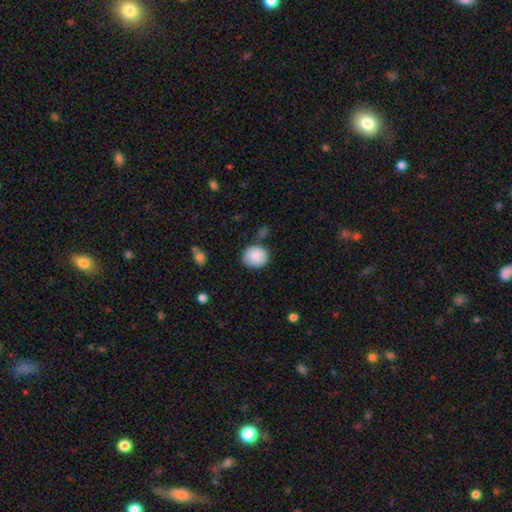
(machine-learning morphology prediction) This is clearly a smooth galaxy (89%). How rounded: likely round (64%). Merging: likely none (74%).